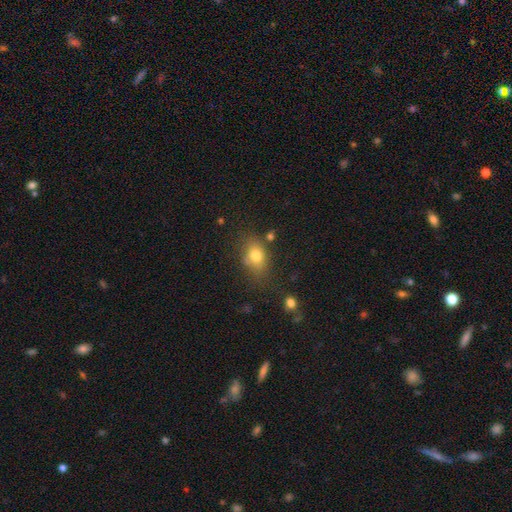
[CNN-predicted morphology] This is likely a smooth galaxy (76%). How rounded: likely in between (68%). Merging: likely none (66%).